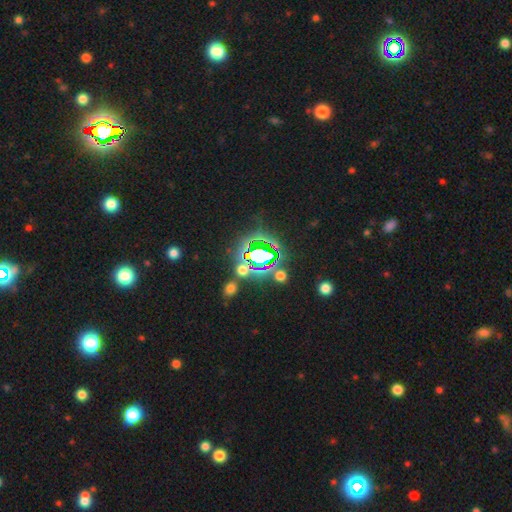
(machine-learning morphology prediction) Smooth or featured: star or artifact — 76% (smooth — 15%)